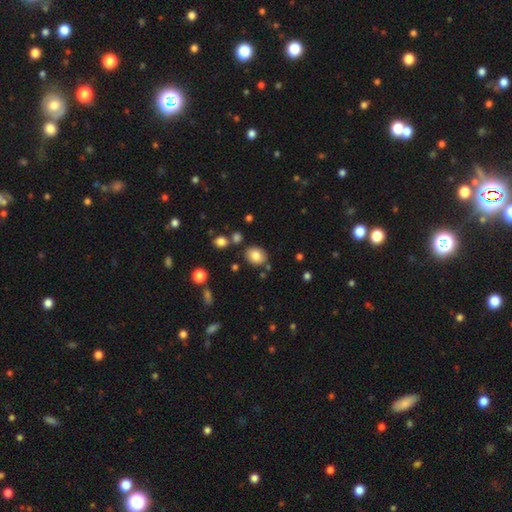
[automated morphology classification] type=smooth (82%); roundness=in between (52%); merging=none (80%).